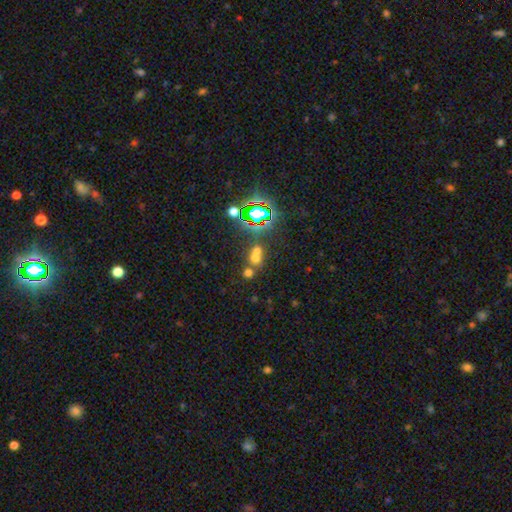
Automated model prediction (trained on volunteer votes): A smooth galaxy with no disk features (53%) that is round (72%).

Vote fractions:
- Smooth or featured? smooth: 53% / star or artifact: 32% / featured or disk: 15%
- How rounded? round: 72% / in between: 26% / cigar-shaped: 2%
- Merging? merger: 51% / none: 38% / minor disturbance: 7% / major disturbance: 4%